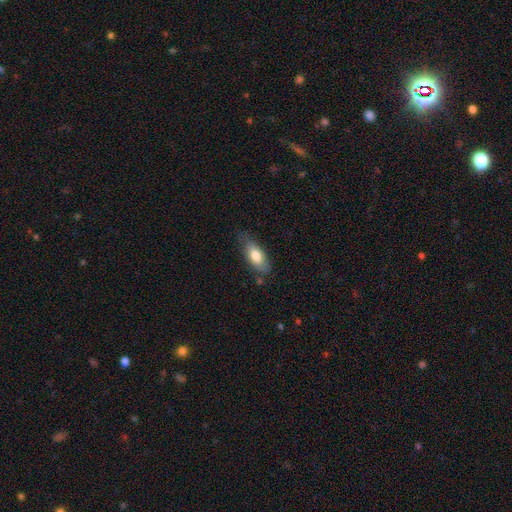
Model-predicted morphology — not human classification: Overall: smooth (75%). How rounded: in between (81%). Merging: none (66%; minor disturbance 26%).